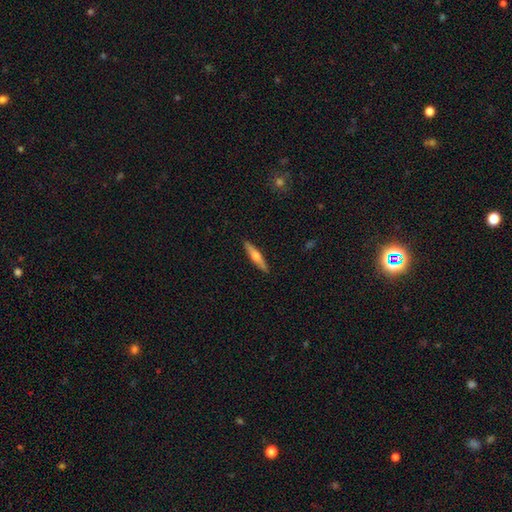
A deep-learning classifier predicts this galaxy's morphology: type=featured or disk (49%); merging=none (91%).